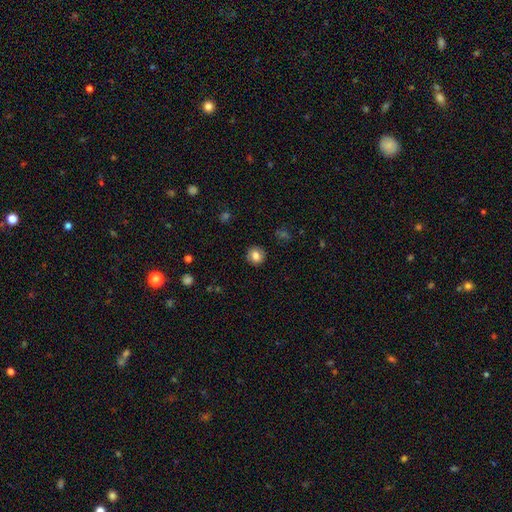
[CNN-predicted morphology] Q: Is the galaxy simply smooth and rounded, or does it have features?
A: smooth — 80%.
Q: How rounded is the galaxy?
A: round — 84%.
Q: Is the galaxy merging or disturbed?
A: none — 90%.